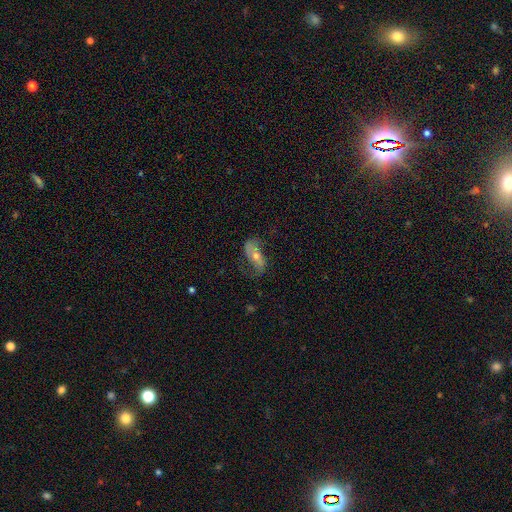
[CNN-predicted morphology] Smooth or featured?
  - featured or disk: 62% *
  - smooth: 28%
  - star or artifact: 10%
Edge-on disk?
  - no: 88% *
  - yes: 12%
Bar?
  - no: 50% *
  - weak: 27%
  - strong: 23%
Spiral arms?
  - yes: 77% *
  - no: 23%
Bulge size?
  - moderate: 54% *
  - small: 41%
  - large: 3%
  - none: 2%
  - dominant: 1%
Merging?
  - none: 57% *
  - minor disturbance: 23%
  - major disturbance: 18%
  - merger: 2%